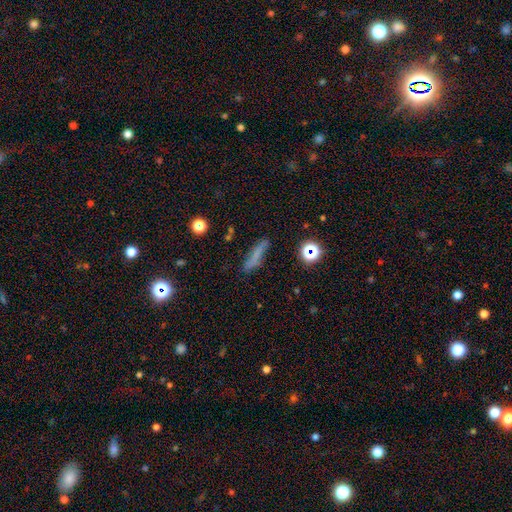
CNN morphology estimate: smooth_or_featured: smooth (p=0.61) [alt: featured or disk p=0.23]
how_rounded: cigar-shaped (p=0.79) [alt: in between p=0.16]
merging: none (p=0.73) [alt: minor disturbance p=0.18]